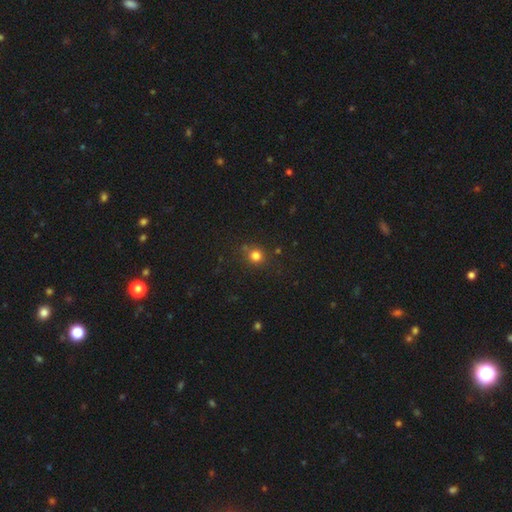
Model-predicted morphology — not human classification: The model was most divided on "smooth or featured": smooth: 79%, star or artifact: 15%, featured or disk: 6%. More confident: how rounded — round (87%); merging — none (79%).